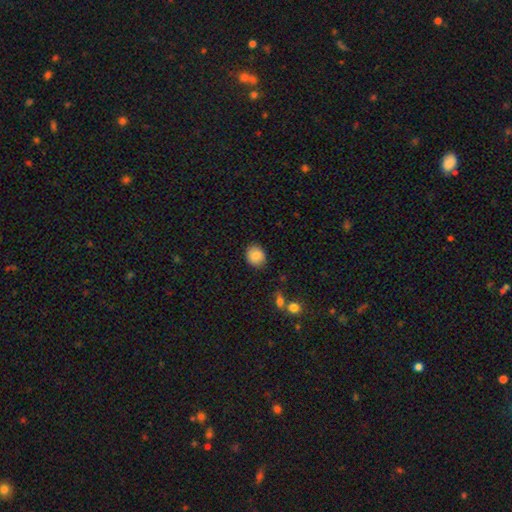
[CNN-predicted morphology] Overall: smooth (85%). How rounded: round (62%; in between 37%). Merging: none (87%).